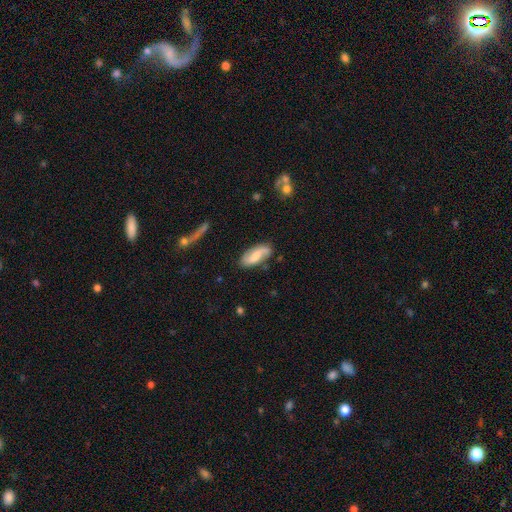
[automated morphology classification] This is possibly a featured or disk galaxy (47%). Merging: likely none (71%).